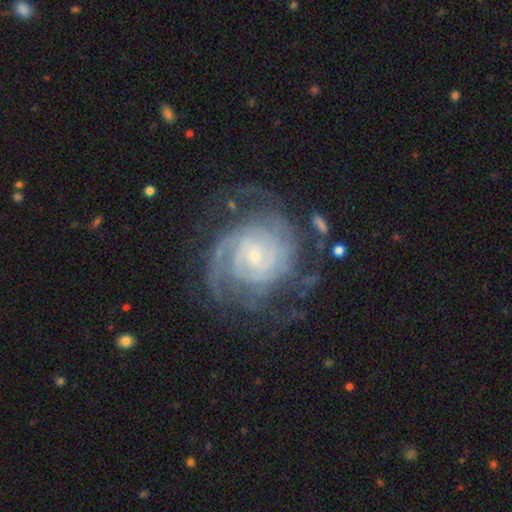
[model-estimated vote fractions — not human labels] A featured or disk galaxy (90%) with no bar (64%), 2 (27%) tight (70%) spiral arms (97%) and a small central bulge (81%). Merging: none (66%).